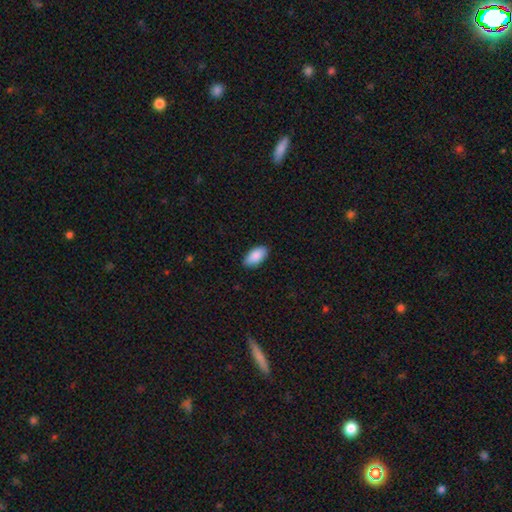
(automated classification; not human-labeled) Smooth or featured: smooth — 89% (star or artifact — 6%)
How rounded: in between — 94% (cigar-shaped — 3%)
Merging: none — 87% (minor disturbance — 10%)